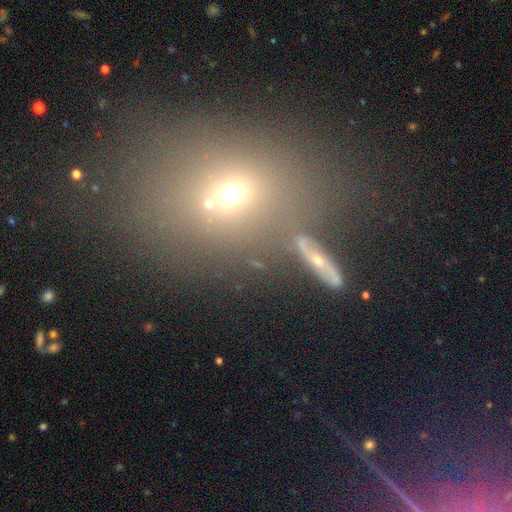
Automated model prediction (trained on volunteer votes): smooth 42%, star or artifact 40%, featured or disk 18%. Down the decision tree: merging — none (60%).